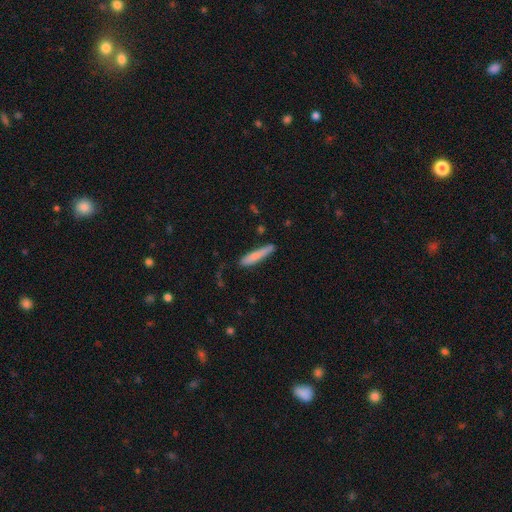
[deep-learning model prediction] smooth_or_featured: smooth (p=0.75) [alt: featured or disk p=0.19]
how_rounded: cigar-shaped (p=0.91) [alt: in between p=0.07]
merging: none (p=0.73) [alt: minor disturbance p=0.21]